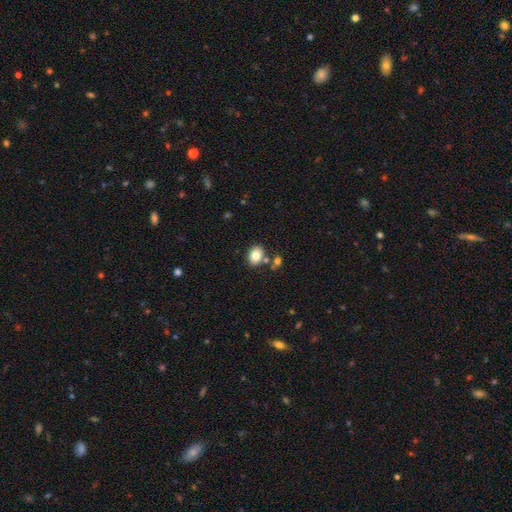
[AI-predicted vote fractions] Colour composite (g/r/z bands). It shows a smooth galaxy with no disk features (83%) that is in between round and cigar-shaped (67%). Merging: none (75%).